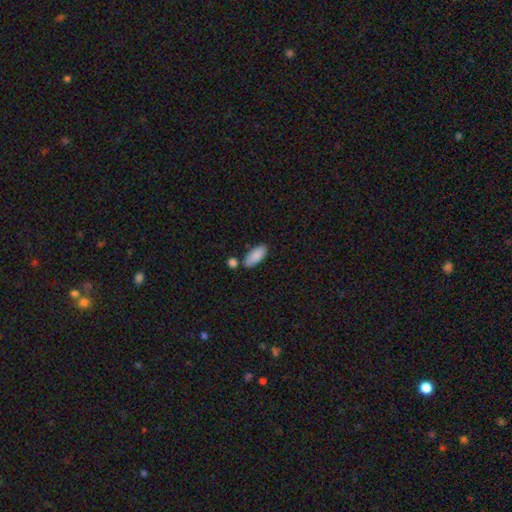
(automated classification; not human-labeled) Smooth or featured?
  - smooth: 87% *
  - featured or disk: 7%
  - star or artifact: 6%
How rounded?
  - in between: 84% *
  - cigar-shaped: 14%
  - round: 2%
Merging?
  - none: 71% *
  - minor disturbance: 14%
  - merger: 12%
  - major disturbance: 3%